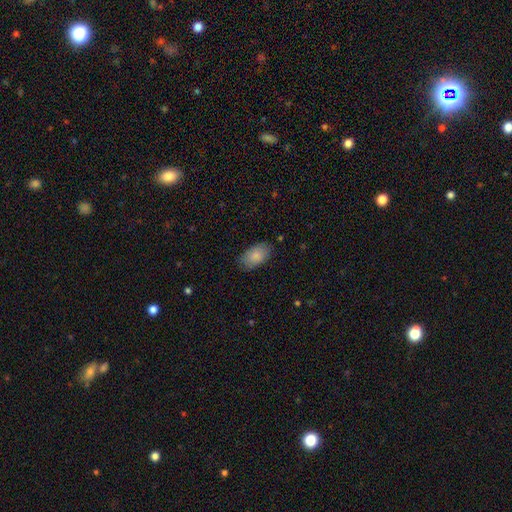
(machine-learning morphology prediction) The model was most divided on "merging": none: 82%, minor disturbance: 14%, major disturbance: 3%, merger: 1%. More confident: how rounded — in between (94%); smooth or featured — smooth (86%).